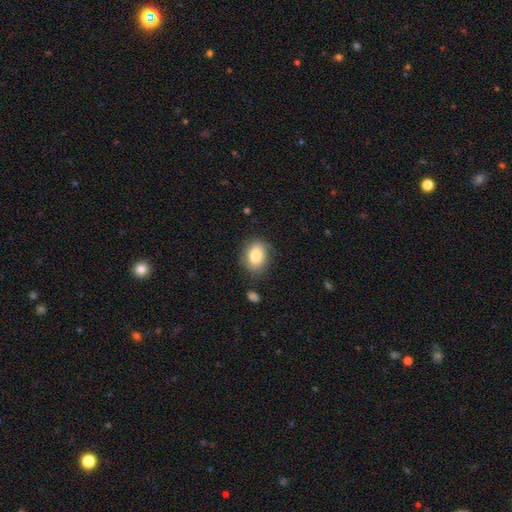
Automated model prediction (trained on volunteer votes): smooth_or_featured: smooth (p=0.81) [alt: featured or disk p=0.11]
how_rounded: in between (p=0.70) [alt: round p=0.28]
merging: none (p=0.79) [alt: minor disturbance p=0.15]